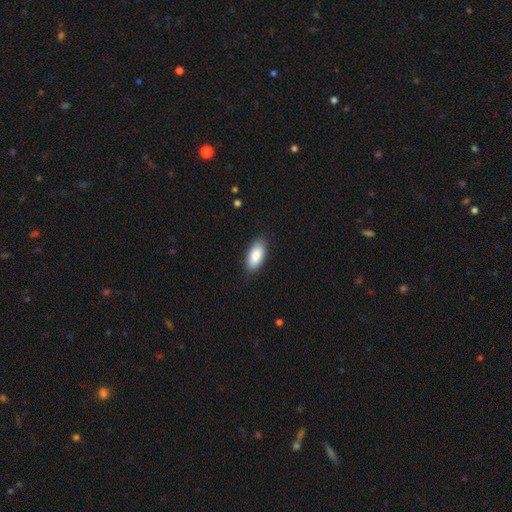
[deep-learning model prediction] smooth-or-featured: smooth: 89% | star or artifact: 6% | featured or disk: 5%
  how-rounded: in between: 91% | cigar-shaped: 7% | round: 2%
  merging: none: 85% | minor disturbance: 11% | major disturbance: 2% | merger: 1%